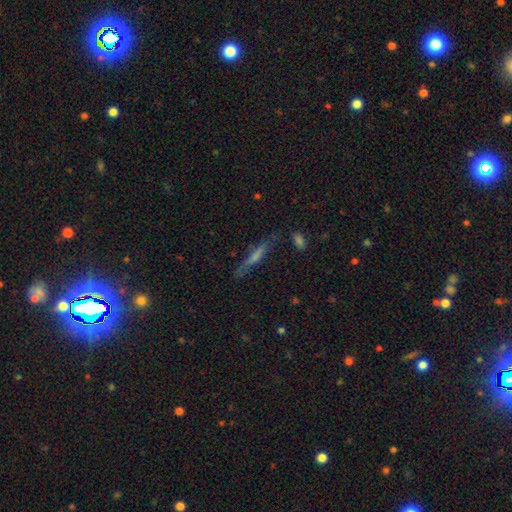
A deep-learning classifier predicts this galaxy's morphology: Smooth or featured? featured or disk (48%)
Merging? none (76%)